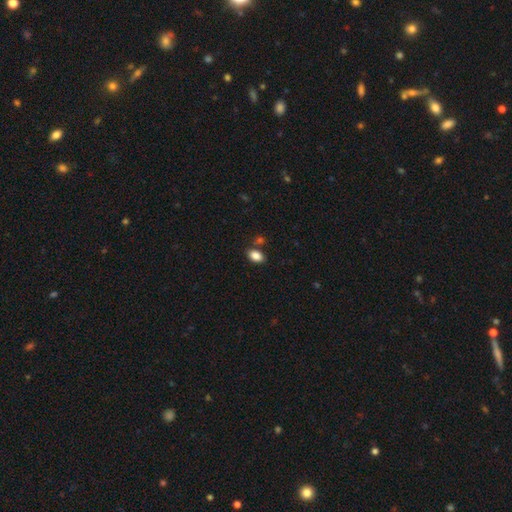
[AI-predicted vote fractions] Overall: smooth (86%). How rounded: in between (87%). Merging: none (75%).